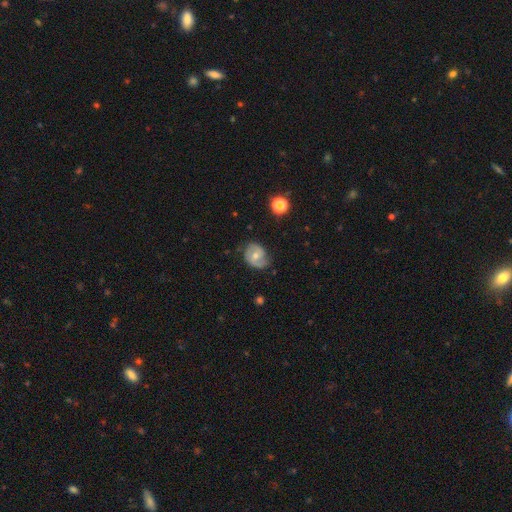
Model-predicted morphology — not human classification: Smooth or featured? Predicted: featured or disk (p=0.66). Edge-on disk? Predicted: no (p=0.97). Bar? Predicted: no (p=0.52). Spiral arms? Predicted: yes (p=0.86). Spiral winding? Predicted: medium (p=0.44). Spiral arm count? Predicted: 2 (p=0.78). Bulge size? Predicted: moderate (p=0.58). Merging? Predicted: none (p=0.68).